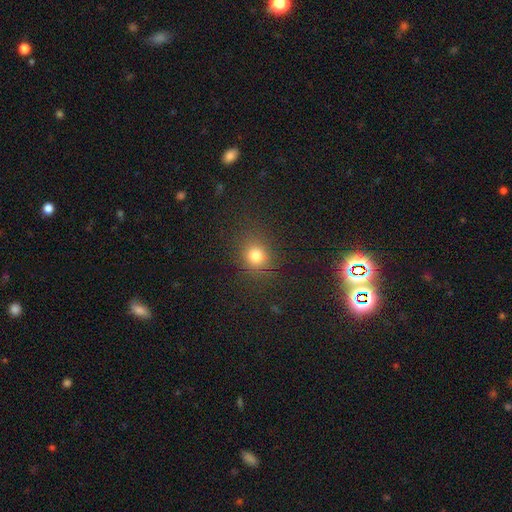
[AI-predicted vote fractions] Morphology: type=smooth (78%); roundness=round (78%); merging=none (85%).